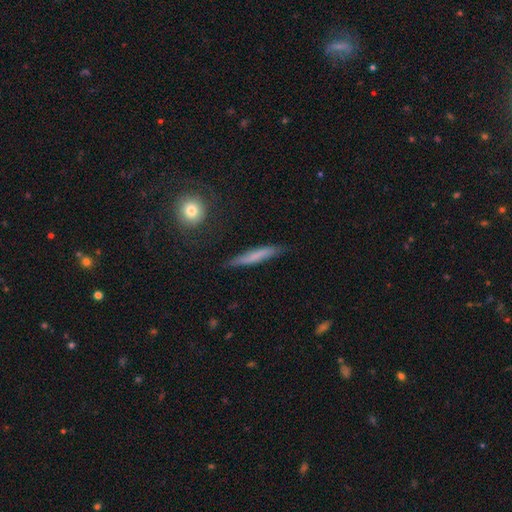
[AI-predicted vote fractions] Q: Smooth or featured?
A: smooth (61%); runner-up: featured or disk (32%)
Q: How rounded?
A: cigar-shaped (92%); runner-up: in between (5%)
Q: Merging?
A: none (81%); runner-up: minor disturbance (14%)